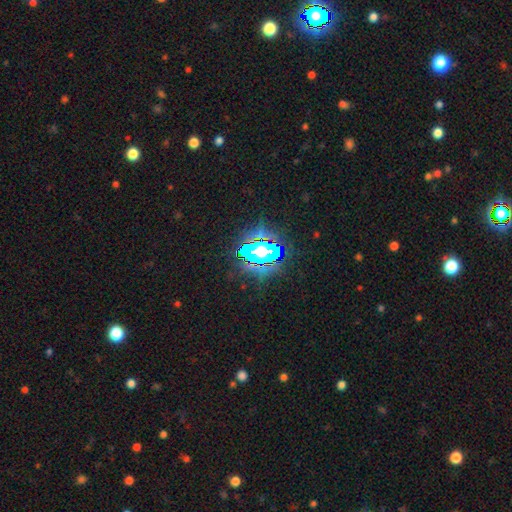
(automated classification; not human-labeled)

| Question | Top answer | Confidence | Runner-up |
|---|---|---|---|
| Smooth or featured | star or artifact | 59% | smooth (25%) |